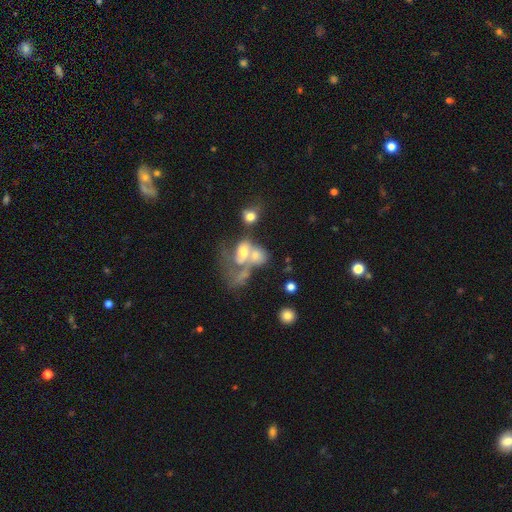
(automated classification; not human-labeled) Q: Smooth or featured?
A: smooth (44%); runner-up: featured or disk (43%)
Q: Merging?
A: merger (65%); runner-up: major disturbance (18%)